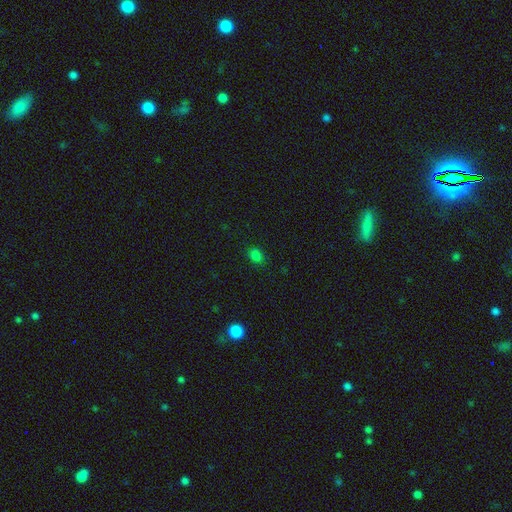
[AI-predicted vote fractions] smooth-or-featured: smooth: 79% | star or artifact: 17% | featured or disk: 4%
  how-rounded: in between: 65% | round: 34% | cigar-shaped: 1%
  merging: none: 85% | minor disturbance: 11% | major disturbance: 3% | merger: 2%